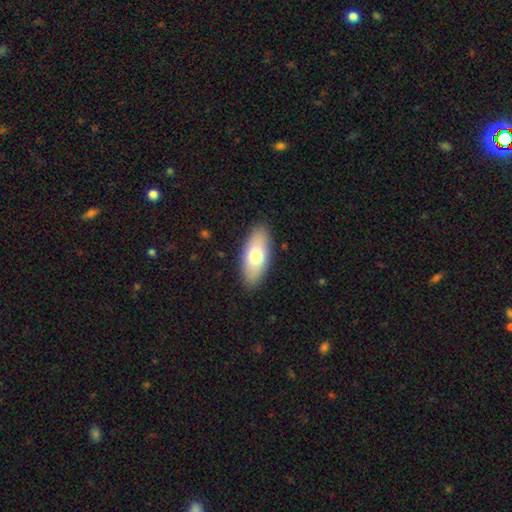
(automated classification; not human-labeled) A smooth galaxy with no disk features (71%) that is in between round and cigar-shaped (85%). Merging: none (88%).